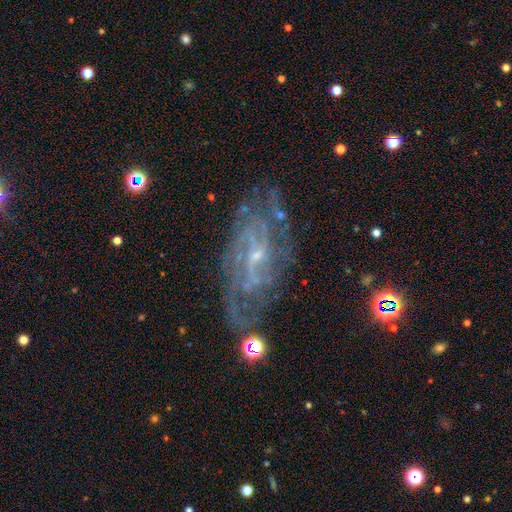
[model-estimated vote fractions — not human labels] Smooth or featured?
  - featured or disk: 83% *
  - star or artifact: 9%
  - smooth: 8%
Edge-on disk?
  - no: 93% *
  - yes: 7%
Bar?
  - weak: 46% *
  - no: 40%
  - strong: 14%
Spiral arms?
  - yes: 92% *
  - no: 8%
Spiral winding?
  - tight: 55% *
  - medium: 35%
  - loose: 11%
Spiral arm count?
  - can't tell: 43% *
  - 2: 19%
  - 3: 13%
  - 4: 11%
  - more than 4: 8%
  - 1: 6%
Bulge size?
  - small: 76% *
  - moderate: 17%
  - none: 4%
  - large: 1%
  - dominant: 1%
Merging?
  - none: 72% *
  - minor disturbance: 17%
  - major disturbance: 8%
  - merger: 3%